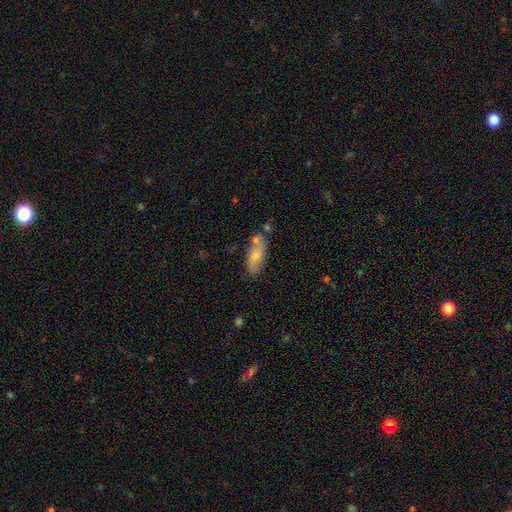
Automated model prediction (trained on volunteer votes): The model was most divided on "merging": none: 52%, minor disturbance: 21%, merger: 20%, major disturbance: 7%. More confident: how rounded — in between (78%); smooth or featured — smooth (72%).